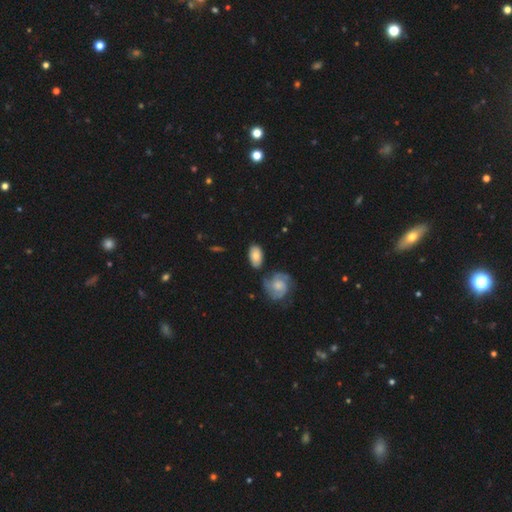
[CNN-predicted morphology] smooth-or-featured: smooth: 67% | featured or disk: 26% | star or artifact: 7%
  how-rounded: in between: 89% | round: 9% | cigar-shaped: 2%
  merging: none: 69% | minor disturbance: 17% | merger: 9% | major disturbance: 5%